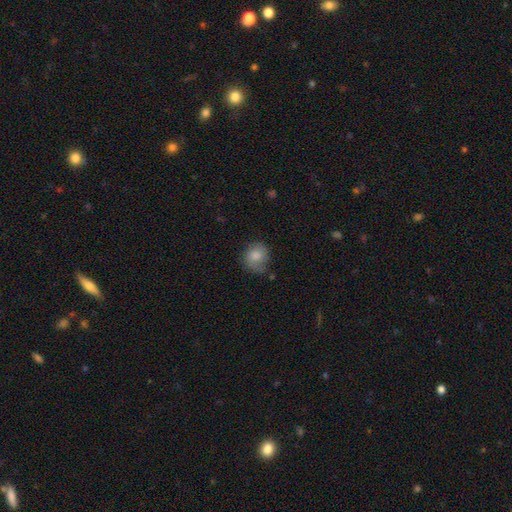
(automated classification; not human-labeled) This is likely a smooth galaxy (76%). How rounded: likely round (74%). Merging: likely none (60%).